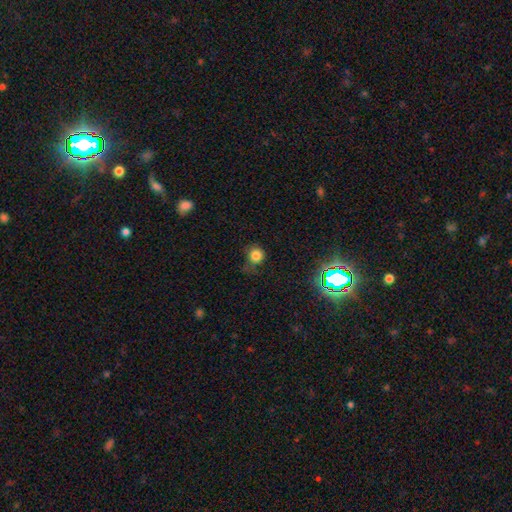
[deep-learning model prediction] This is likely a smooth galaxy (78%). How rounded: clearly round (88%). Merging: likely none (61%).